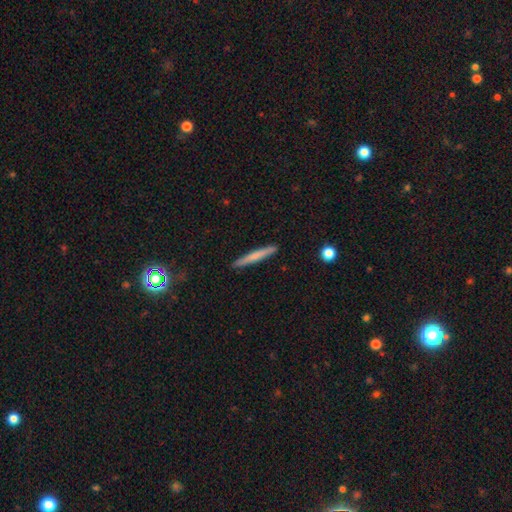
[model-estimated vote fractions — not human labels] Smooth or featured? smooth (61%)
How rounded? cigar-shaped (96%)
Merging? none (91%)